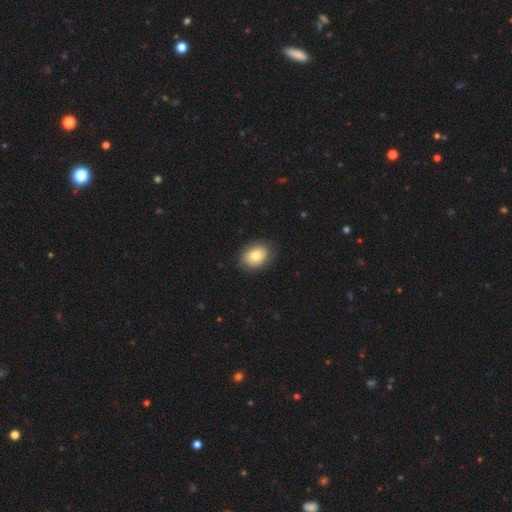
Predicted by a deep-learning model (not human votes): This is likely a smooth galaxy (76%). How rounded: likely in between (66%). Merging: clearly none (80%).